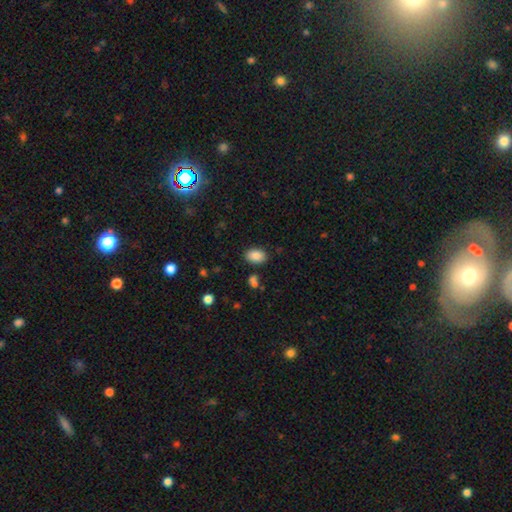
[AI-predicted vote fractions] This appears to be a smooth galaxy with no disk features (87%) that is in between round and cigar-shaped (86%). Merging: none (84%).